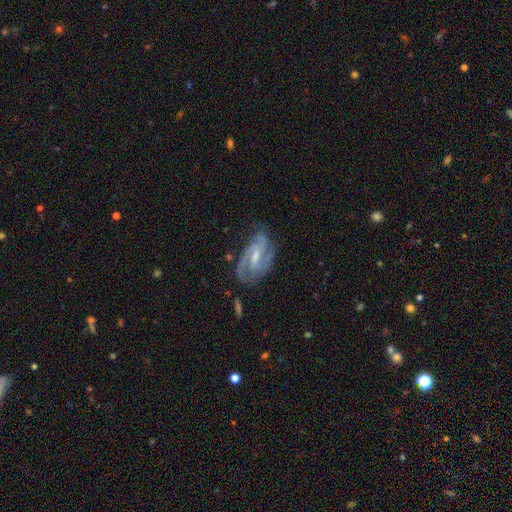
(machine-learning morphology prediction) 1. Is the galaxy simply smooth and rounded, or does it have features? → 87% featured or disk, 8% smooth, 5% star or artifact.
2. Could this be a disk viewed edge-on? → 96% no, 4% yes.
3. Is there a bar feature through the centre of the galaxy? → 52% weak, 25% strong, 23% no.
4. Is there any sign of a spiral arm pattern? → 97% yes, 3% no.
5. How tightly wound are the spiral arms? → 50% medium, 37% tight, 13% loose.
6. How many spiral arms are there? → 50% 2, 29% 3, 10% can't tell, 5% 4, 3% 1, 3% more than 4.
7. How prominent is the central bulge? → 46% small, 43% moderate, 8% none, 3% large, 1% dominant.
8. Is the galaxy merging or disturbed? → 68% none, 21% minor disturbance, 9% major disturbance, 2% merger.